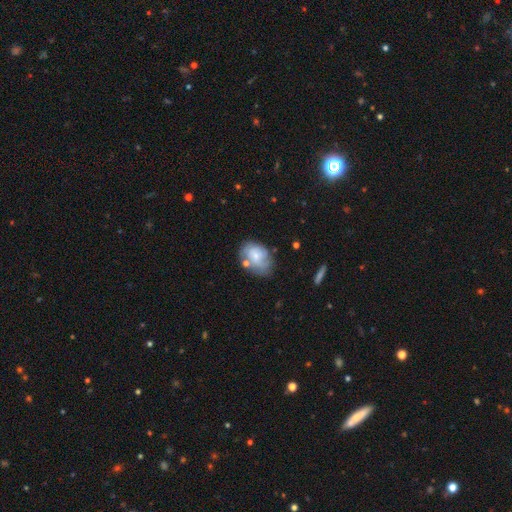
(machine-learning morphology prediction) Smooth or featured?
  - smooth: 56% *
  - featured or disk: 36%
  - star or artifact: 8%
How rounded?
  - in between: 74% *
  - round: 25%
  - cigar-shaped: 1%
Merging?
  - none: 53% *
  - minor disturbance: 27%
  - major disturbance: 10%
  - merger: 10%